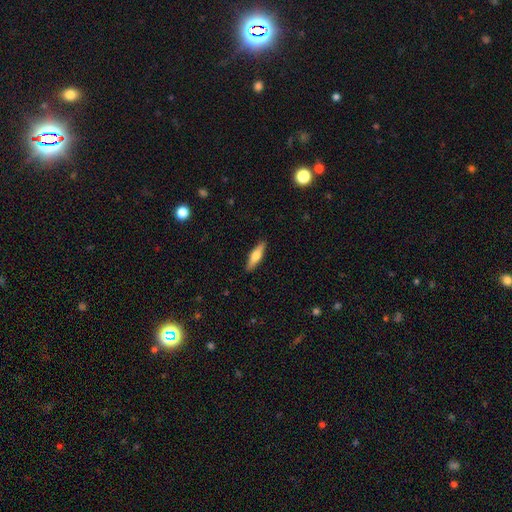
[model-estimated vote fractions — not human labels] Overall: smooth (57%; featured or disk 37%). How rounded: cigar-shaped (69%; in between 29%). Merging: none (90%).